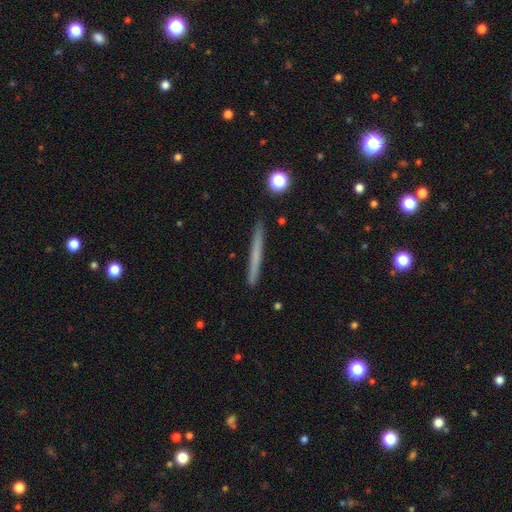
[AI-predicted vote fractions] Smooth or featured? smooth (57%)
How rounded? cigar-shaped (97%)
Merging? none (91%)